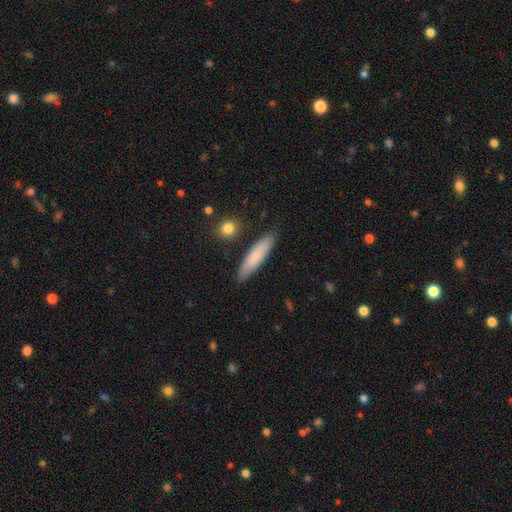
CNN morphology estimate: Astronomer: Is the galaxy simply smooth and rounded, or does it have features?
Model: smooth — 78%.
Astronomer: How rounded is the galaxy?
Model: cigar-shaped — 81%.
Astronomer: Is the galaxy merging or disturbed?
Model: none — 87%.